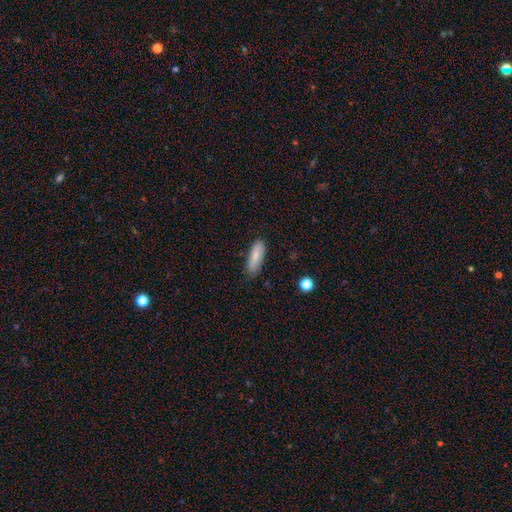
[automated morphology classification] The model was most divided on "how rounded": in between: 56%, cigar-shaped: 43%, round: 2%. More confident: merging — none (83%); smooth or featured — smooth (80%).